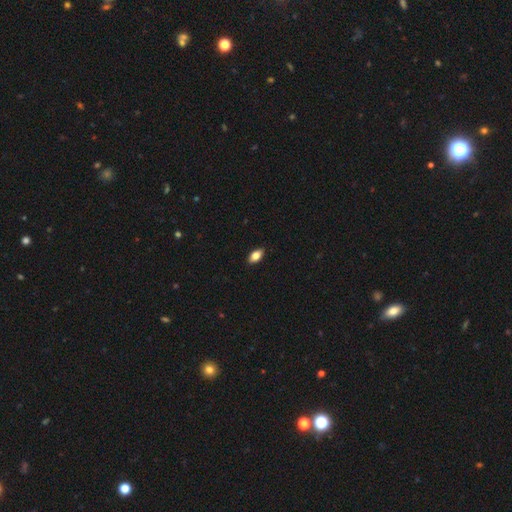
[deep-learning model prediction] Morphology: type=smooth (82%); roundness=in between (90%); merging=none (89%).